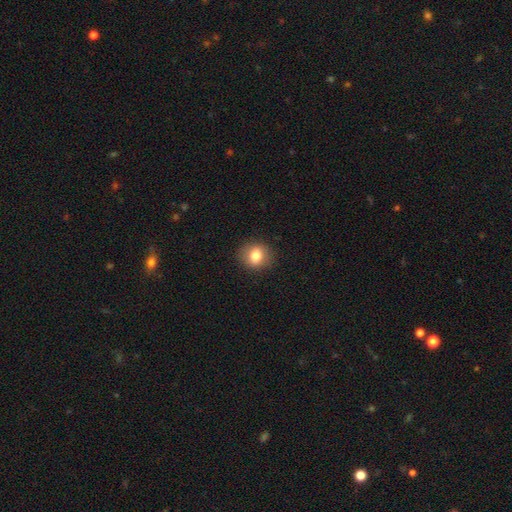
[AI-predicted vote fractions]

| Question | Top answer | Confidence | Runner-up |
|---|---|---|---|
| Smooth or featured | smooth | 79% | featured or disk (11%) |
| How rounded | round | 73% | in between (26%) |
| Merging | none | 88% | minor disturbance (8%) |